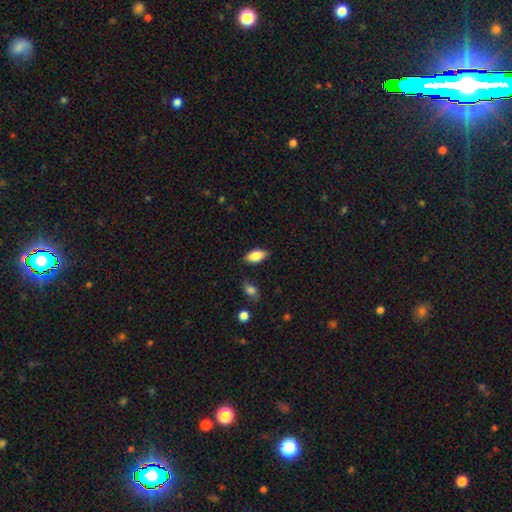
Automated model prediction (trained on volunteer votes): Smooth or featured: smooth — 83% (featured or disk — 10%)
How rounded: in between — 91% (cigar-shaped — 6%)
Merging: none — 81% (minor disturbance — 14%)